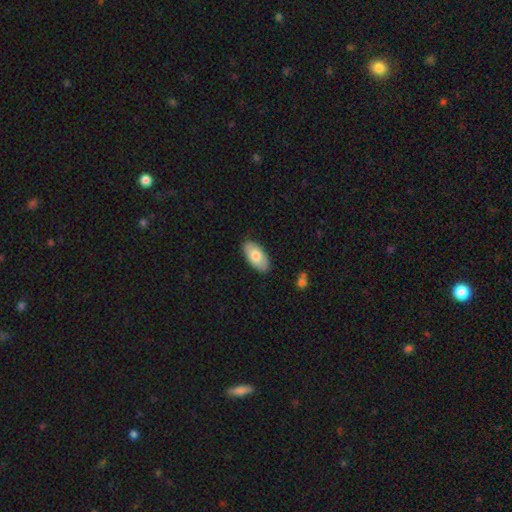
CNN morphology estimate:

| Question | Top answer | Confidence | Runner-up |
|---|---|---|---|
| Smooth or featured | smooth | 74% | featured or disk (20%) |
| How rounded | in between | 94% | cigar-shaped (4%) |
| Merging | none | 85% | minor disturbance (12%) |